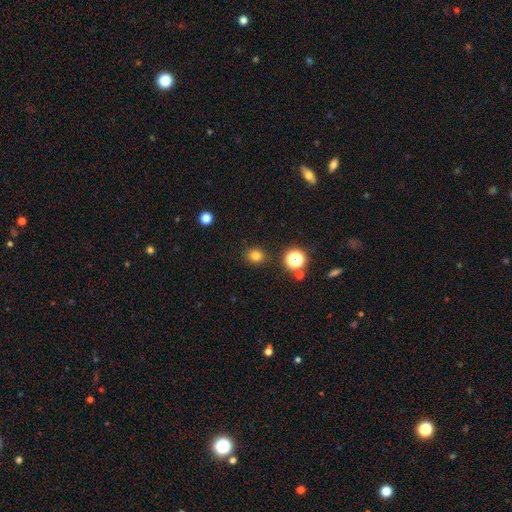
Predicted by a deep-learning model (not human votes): A smooth galaxy with no disk features (78%) that is round (74%).

Vote fractions:
- Smooth or featured? smooth: 78% / star or artifact: 16% / featured or disk: 5%
- How rounded? round: 74% / in between: 25% / cigar-shaped: 1%
- Merging? none: 88% / minor disturbance: 7% / major disturbance: 2% / merger: 2%